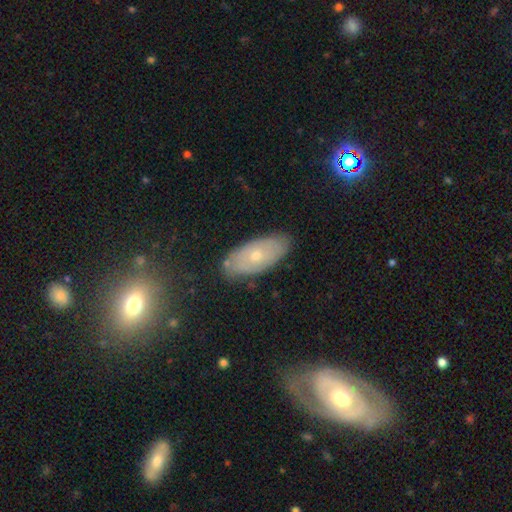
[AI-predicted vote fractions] Smooth or featured? smooth (49%)
Merging? none (81%)